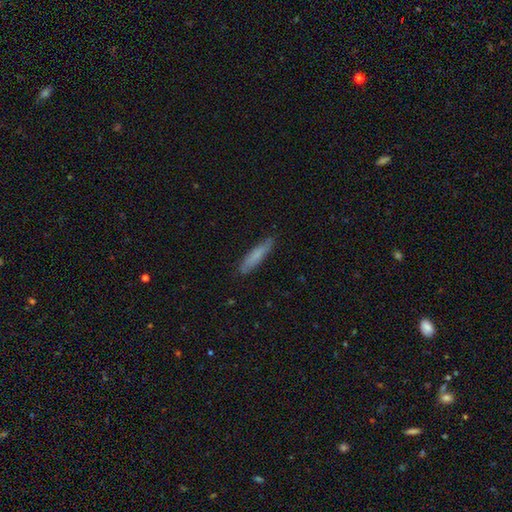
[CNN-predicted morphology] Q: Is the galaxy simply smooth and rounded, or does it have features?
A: smooth — 78%.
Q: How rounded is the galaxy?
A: cigar-shaped — 87%.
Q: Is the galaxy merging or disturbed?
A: none — 84%.